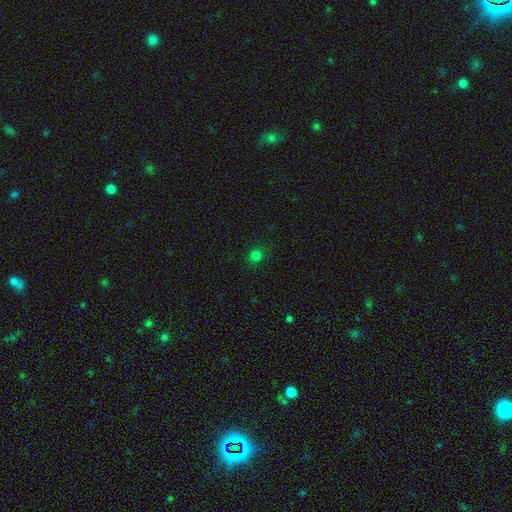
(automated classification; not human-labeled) Overall: smooth (78%). How rounded: round (89%). Merging: none (89%).